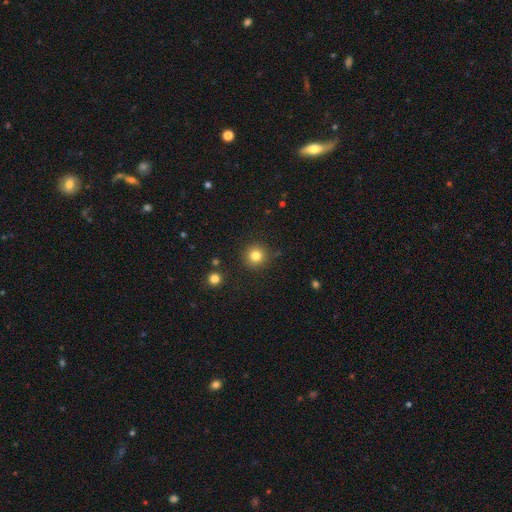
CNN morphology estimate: This appears to be a smooth galaxy with no disk features (82%) that is round (94%). Merging: none (88%).